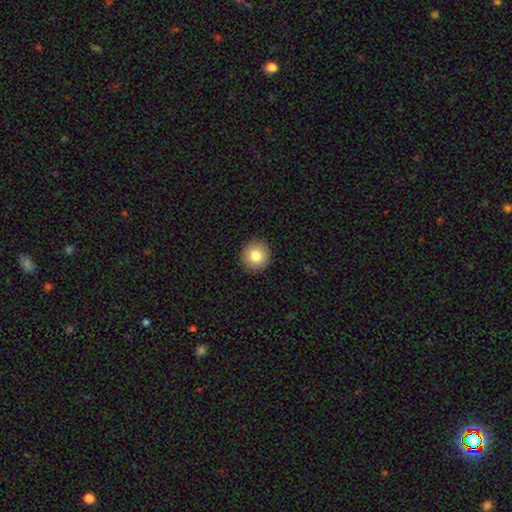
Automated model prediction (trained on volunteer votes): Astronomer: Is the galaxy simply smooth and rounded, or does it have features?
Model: smooth — 81%.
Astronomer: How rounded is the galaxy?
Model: round — 92%.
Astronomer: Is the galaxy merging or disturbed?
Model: none — 92%.